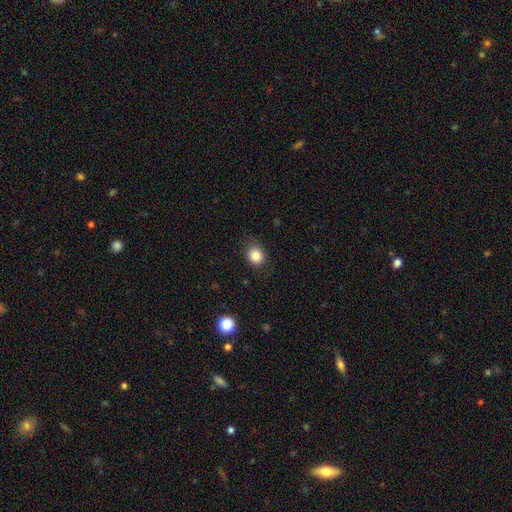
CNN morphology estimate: Smooth or featured? smooth (83%)
How rounded? round (69%)
Merging? none (81%)